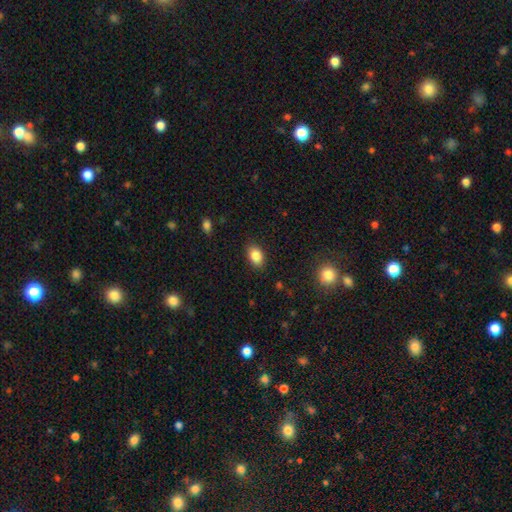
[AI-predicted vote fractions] Smooth or featured? smooth (86%)
How rounded? in between (84%)
Merging? none (87%)